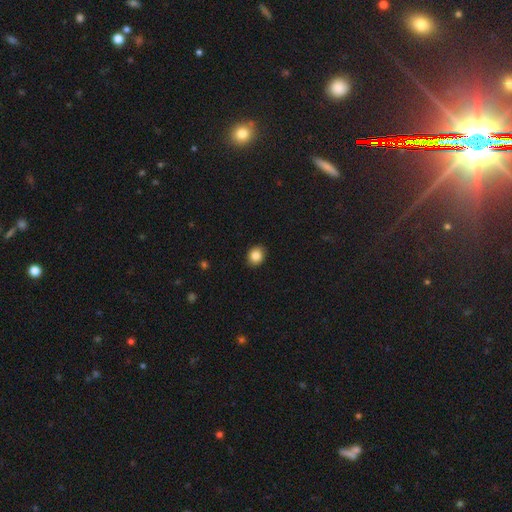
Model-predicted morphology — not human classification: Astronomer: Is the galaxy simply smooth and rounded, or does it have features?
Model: smooth — 85%.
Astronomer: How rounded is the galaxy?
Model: round — 59% (runner-up: in between, 40%).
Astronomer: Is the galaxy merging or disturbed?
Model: none — 88%.